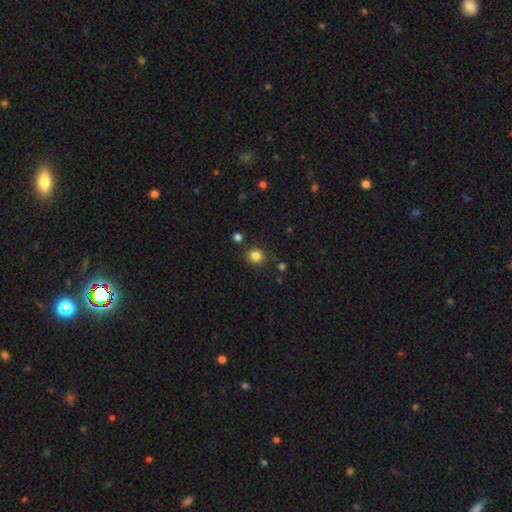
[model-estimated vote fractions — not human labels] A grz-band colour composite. It shows a smooth galaxy with no disk features (83%) that is round (85%). Merging: none (86%).